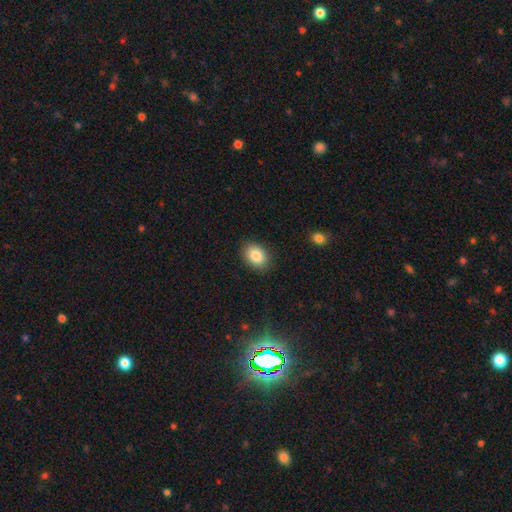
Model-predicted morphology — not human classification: Smooth or featured? smooth (85%)
How rounded? in between (76%)
Merging? none (88%)